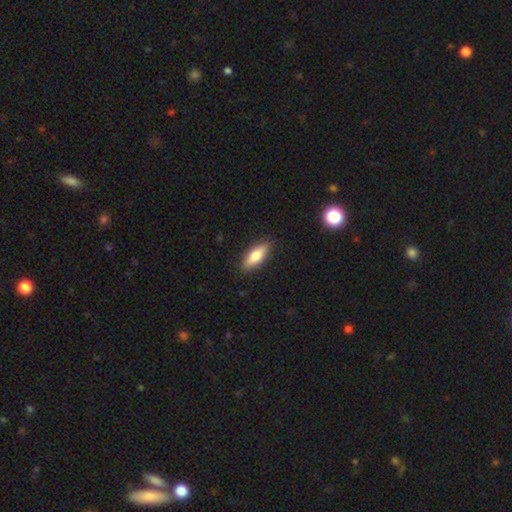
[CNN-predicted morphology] Smooth or featured: smooth — 78% (featured or disk — 16%)
How rounded: in between — 66% (cigar-shaped — 32%)
Merging: none — 87% (minor disturbance — 10%)